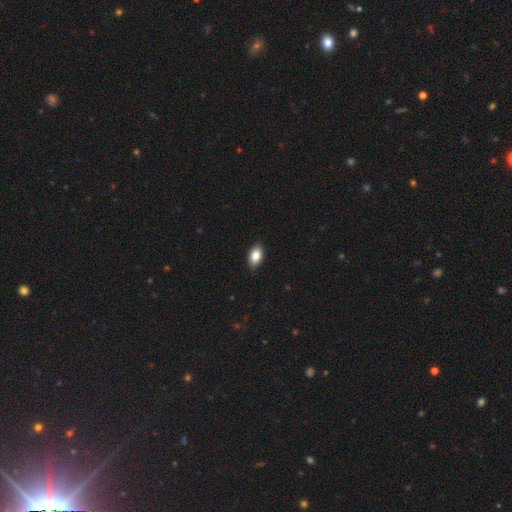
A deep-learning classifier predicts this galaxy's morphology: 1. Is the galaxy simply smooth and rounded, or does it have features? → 85% smooth, 8% featured or disk, 7% star or artifact.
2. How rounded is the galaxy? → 91% in between, 7% round, 2% cigar-shaped.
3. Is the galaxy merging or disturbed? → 89% none, 9% minor disturbance, 2% major disturbance, 1% merger.